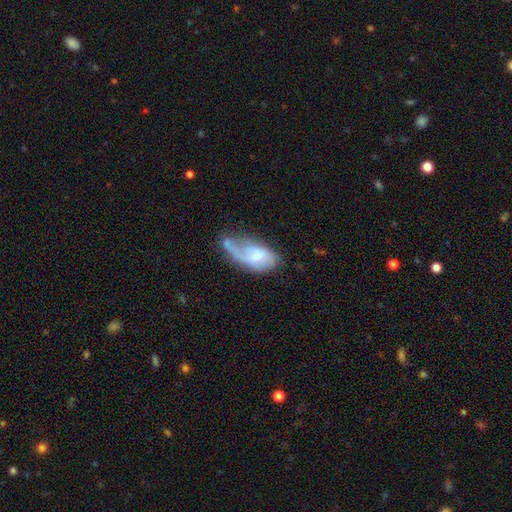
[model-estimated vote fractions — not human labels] Smooth or featured?
  - featured or disk: 56% *
  - smooth: 37%
  - star or artifact: 6%
Edge-on disk?
  - no: 93% *
  - yes: 7%
Bar?
  - no: 55% *
  - weak: 38%
  - strong: 6%
Spiral arms?
  - yes: 76% *
  - no: 24%
Bulge size?
  - moderate: 45% *
  - small: 43%
  - none: 6%
  - large: 5%
  - dominant: 1%
Merging?
  - major disturbance: 35% *
  - none: 29%
  - minor disturbance: 28%
  - merger: 8%